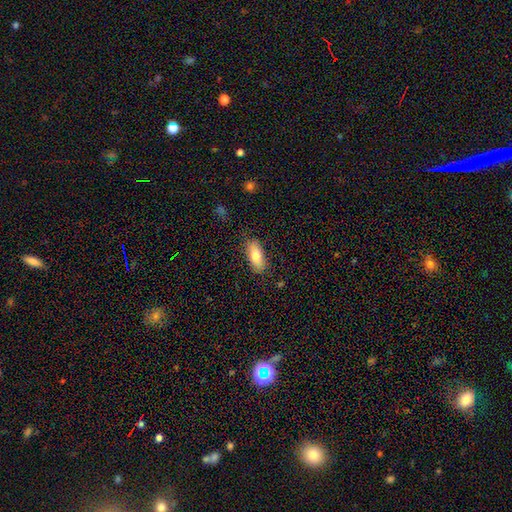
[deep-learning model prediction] smooth_or_featured: smooth (p=0.77) [alt: featured or disk p=0.16]
how_rounded: in between (p=0.83) [alt: cigar-shaped p=0.14]
merging: none (p=0.84) [alt: minor disturbance p=0.12]